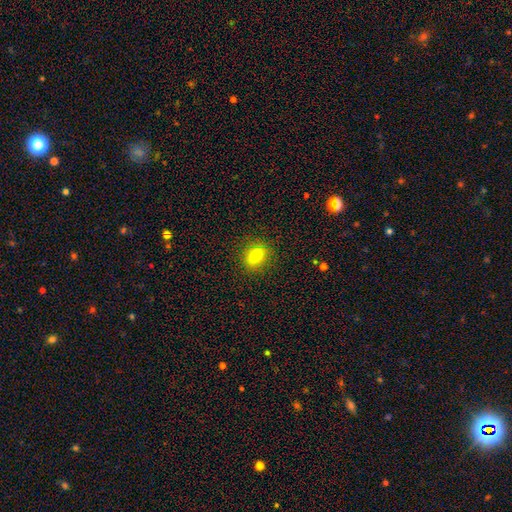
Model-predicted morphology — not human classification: A smooth galaxy with no disk features (78%) that is in between round and cigar-shaped (65%).

Vote fractions:
- Smooth or featured? smooth: 78% / featured or disk: 11% / star or artifact: 11%
- How rounded? in between: 65% / round: 31% / cigar-shaped: 4%
- Merging? none: 87% / minor disturbance: 9% / major disturbance: 3% / merger: 1%